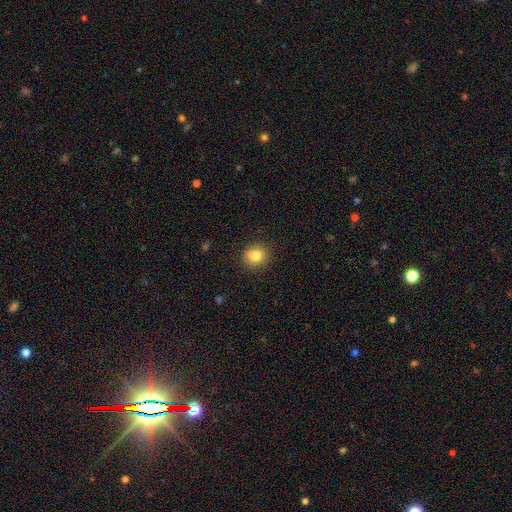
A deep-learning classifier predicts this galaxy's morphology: Q: Smooth or featured?
A: smooth (78%); runner-up: star or artifact (11%)
Q: How rounded?
A: round (81%); runner-up: in between (18%)
Q: Merging?
A: none (70%); runner-up: merger (14%)